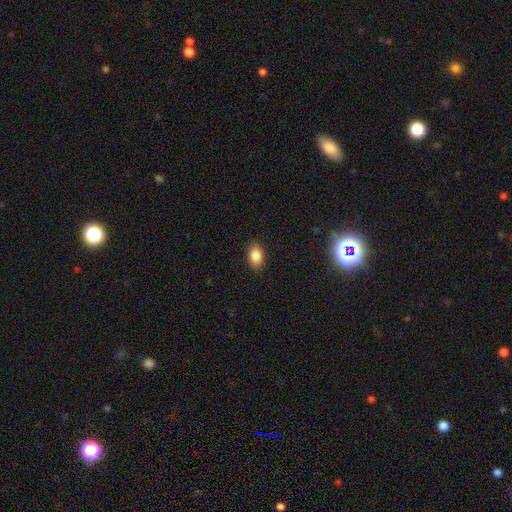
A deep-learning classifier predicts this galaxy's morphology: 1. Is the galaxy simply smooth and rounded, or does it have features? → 84% smooth, 9% star or artifact, 7% featured or disk.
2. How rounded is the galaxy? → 82% in between, 16% round, 2% cigar-shaped.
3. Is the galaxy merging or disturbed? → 86% none, 11% minor disturbance, 2% major disturbance, 1% merger.